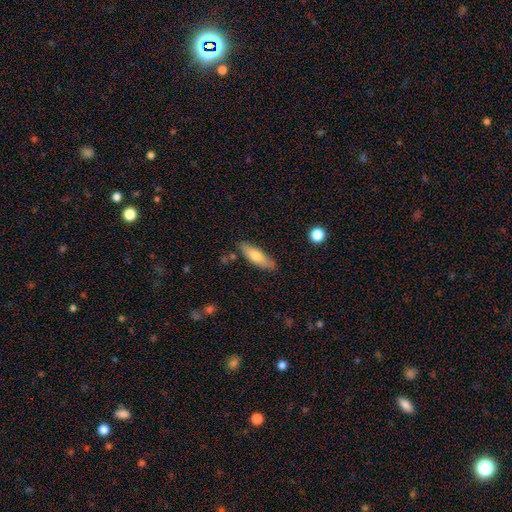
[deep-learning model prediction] smooth 68%, featured or disk 26%, star or artifact 6%. Down the decision tree: how rounded — cigar-shaped (51%); merging — none (81%).